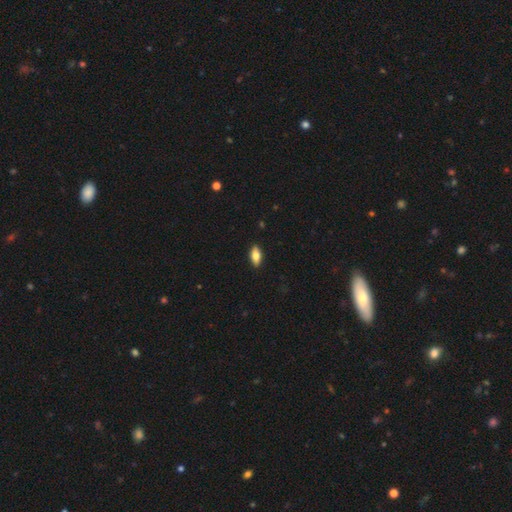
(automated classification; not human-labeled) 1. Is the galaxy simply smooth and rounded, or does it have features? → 76% smooth, 18% featured or disk, 7% star or artifact.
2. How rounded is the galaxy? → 87% in between, 11% cigar-shaped, 3% round.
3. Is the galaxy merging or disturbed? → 90% none, 8% minor disturbance, 2% major disturbance, 1% merger.